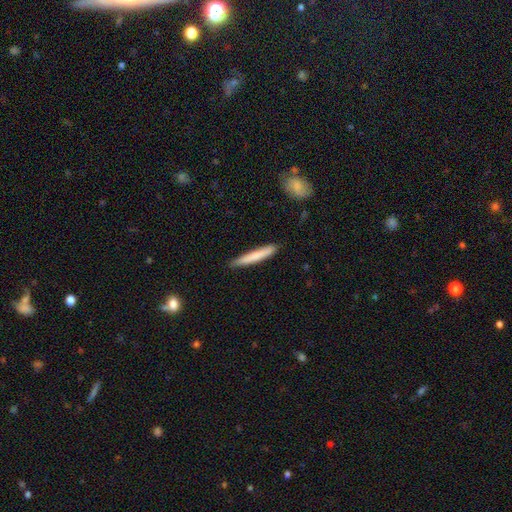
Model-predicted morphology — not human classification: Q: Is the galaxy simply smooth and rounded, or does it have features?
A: smooth — 75%.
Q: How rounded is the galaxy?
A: cigar-shaped — 95%.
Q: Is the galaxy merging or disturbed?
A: none — 87%.